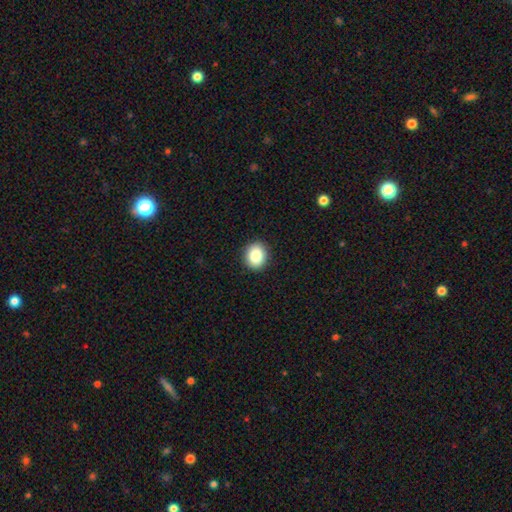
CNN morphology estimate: Q: Smooth or featured?
A: smooth (84%); runner-up: star or artifact (9%)
Q: How rounded?
A: round (69%); runner-up: in between (30%)
Q: Merging?
A: none (91%); runner-up: minor disturbance (6%)